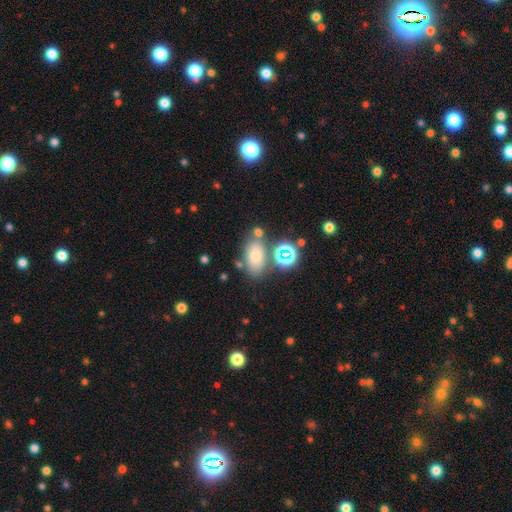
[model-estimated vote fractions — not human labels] Morphology: type=smooth (69%); roundness=in between (83%); merging=none (66%).